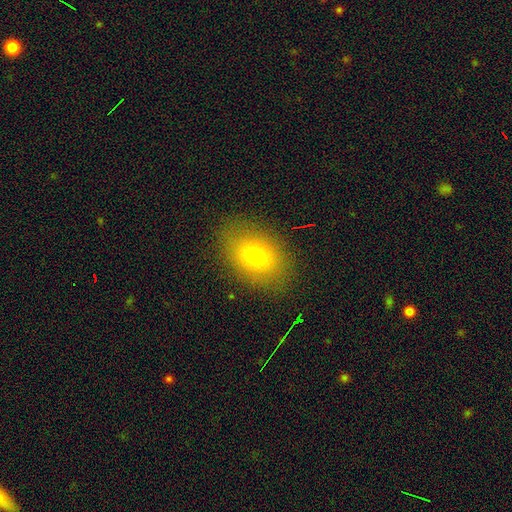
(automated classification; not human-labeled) Smooth or featured? smooth (73%)
How rounded? in between (76%)
Merging? none (85%)